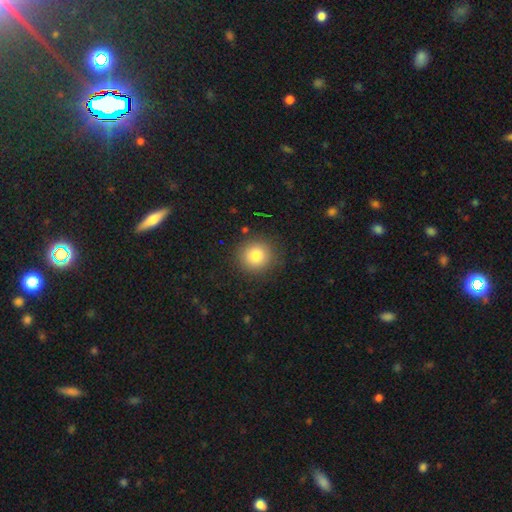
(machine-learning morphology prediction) smooth 81%, star or artifact 11%, featured or disk 8%. Down the decision tree: how rounded — round (93%); merging — none (88%).